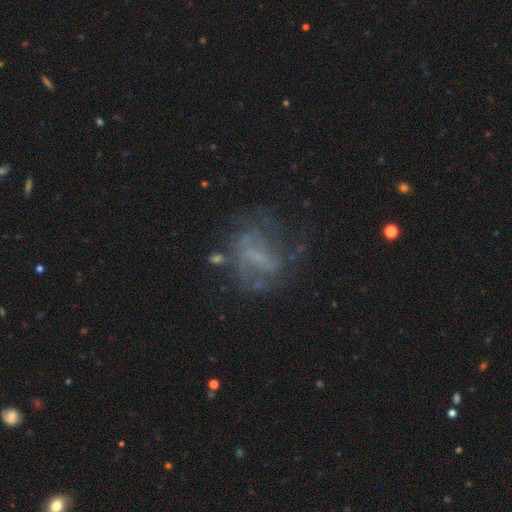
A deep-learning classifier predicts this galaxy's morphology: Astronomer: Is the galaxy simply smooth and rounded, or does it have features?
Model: featured or disk — 61%.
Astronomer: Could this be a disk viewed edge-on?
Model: no — 96%.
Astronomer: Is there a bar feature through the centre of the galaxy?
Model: no — 45% (runner-up: weak, 36%).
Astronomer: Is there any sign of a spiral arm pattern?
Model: no — 52% (runner-up: yes, 48%).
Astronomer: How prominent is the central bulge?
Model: none — 55% (runner-up: small, 32%).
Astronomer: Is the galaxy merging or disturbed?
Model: none — 48% (runner-up: major disturbance, 27%).